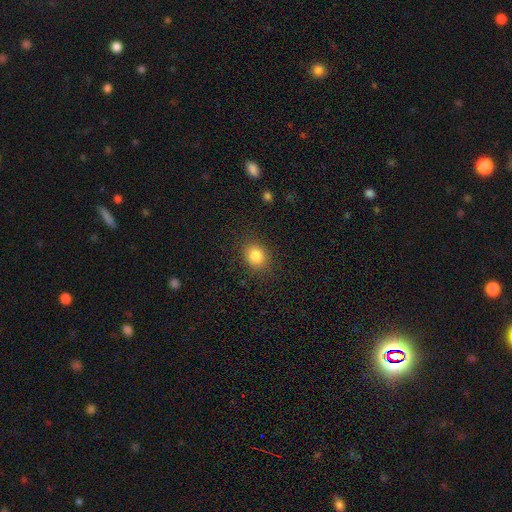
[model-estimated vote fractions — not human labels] Smooth or featured?
  - smooth: 83% *
  - star or artifact: 11%
  - featured or disk: 6%
How rounded?
  - round: 60% *
  - in between: 39%
  - cigar-shaped: 1%
Merging?
  - none: 86% *
  - minor disturbance: 10%
  - major disturbance: 3%
  - merger: 1%